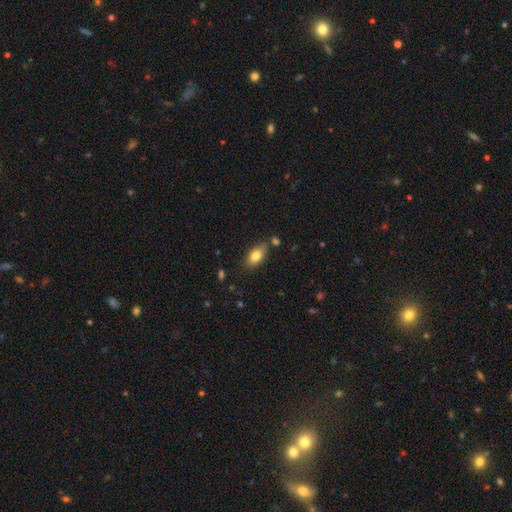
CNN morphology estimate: A smooth galaxy with no disk features (78%) that is in between round and cigar-shaped (88%).

Vote fractions:
- Smooth or featured? smooth: 78% / featured or disk: 14% / star or artifact: 8%
- How rounded? in between: 88% / cigar-shaped: 8% / round: 5%
- Merging? none: 76% / minor disturbance: 15% / merger: 6% / major disturbance: 3%